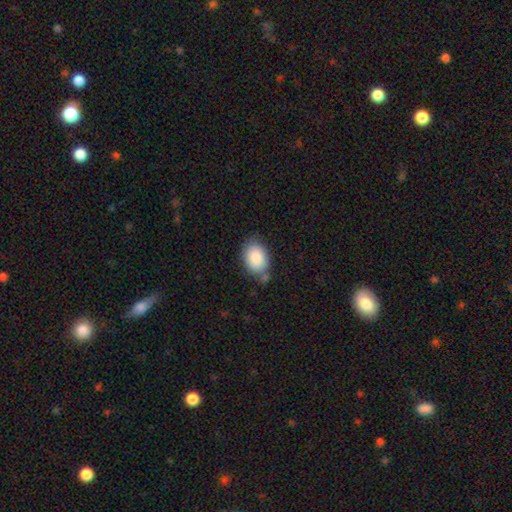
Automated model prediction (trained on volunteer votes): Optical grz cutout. It shows a smooth galaxy with no disk features (88%) that is in between round and cigar-shaped (83%). Merging: none (69%).